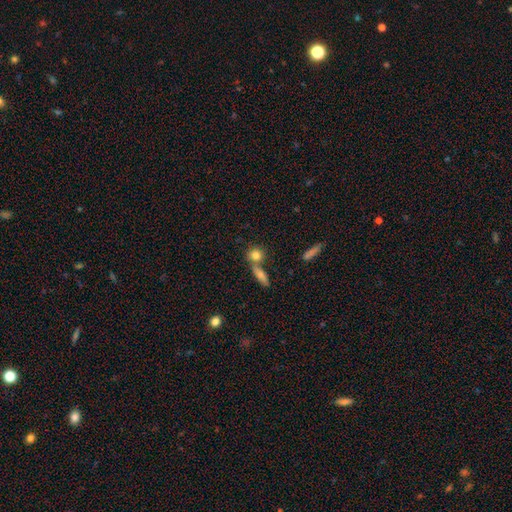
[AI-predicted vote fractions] A smooth galaxy with no disk features (80%) that is round (72%).

Vote fractions:
- Smooth or featured? smooth: 80% / featured or disk: 11% / star or artifact: 9%
- How rounded? round: 72% / in between: 21% / cigar-shaped: 7%
- Merging? none: 53% / merger: 35% / minor disturbance: 9% / major disturbance: 4%